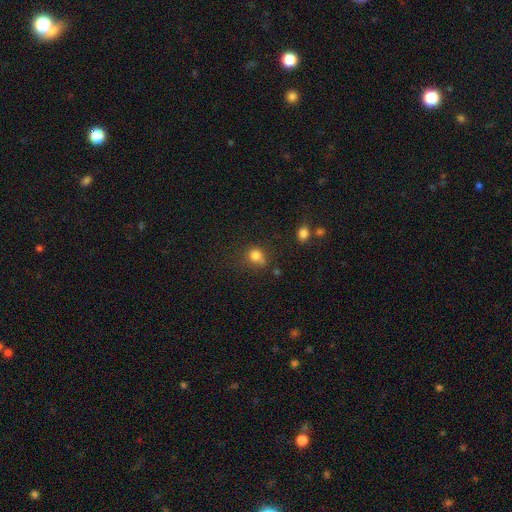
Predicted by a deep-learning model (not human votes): A smooth galaxy with no disk features (79%) that is round (74%). Merging: none (55%).